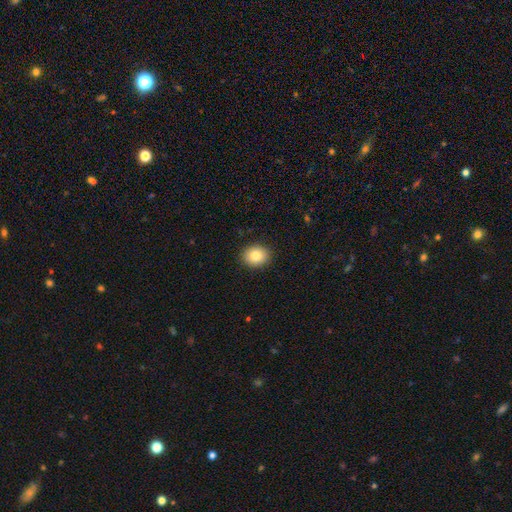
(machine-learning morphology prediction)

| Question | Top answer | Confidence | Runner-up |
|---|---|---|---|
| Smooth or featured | smooth | 85% | star or artifact (8%) |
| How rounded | round | 53% | in between (46%) |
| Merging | none | 90% | minor disturbance (7%) |